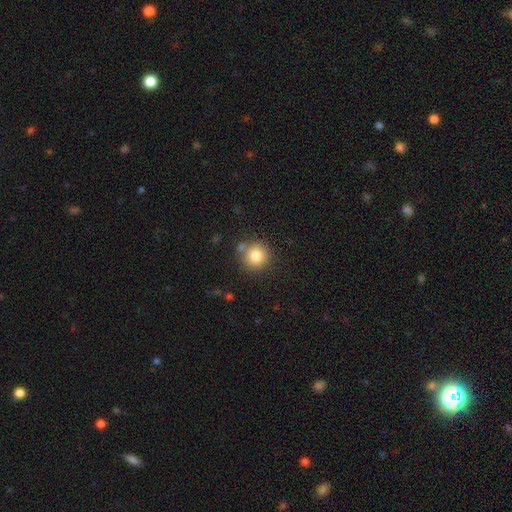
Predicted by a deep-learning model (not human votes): Smooth or featured: smooth — 83% (star or artifact — 10%)
How rounded: round — 93% (in between — 6%)
Merging: none — 75% (minor disturbance — 11%)